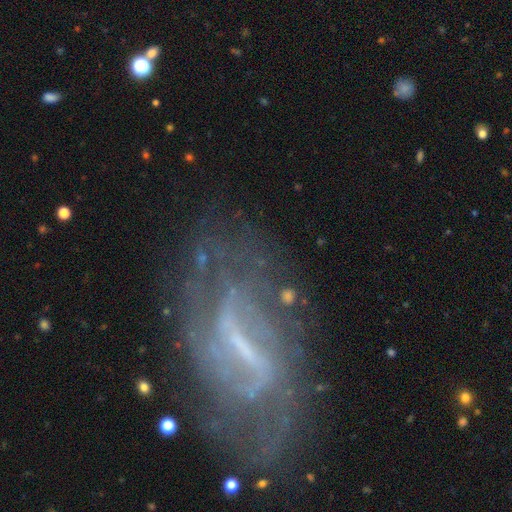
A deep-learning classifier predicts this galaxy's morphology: This appears to be a featured or disk galaxy (82%) with a strong bar (60%), 2 (48%) medium (38%) spiral arms (80%) and a small central bulge (40%, tied with none). Merging: none (58%).